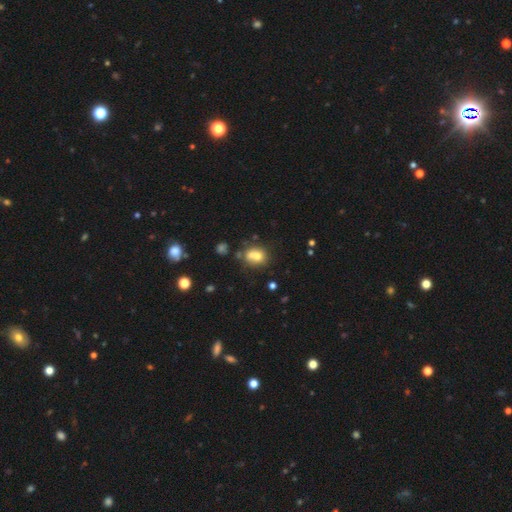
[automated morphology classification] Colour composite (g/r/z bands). It shows a smooth galaxy with no disk features (69%) that is round (58%). Merging: merger (42%).